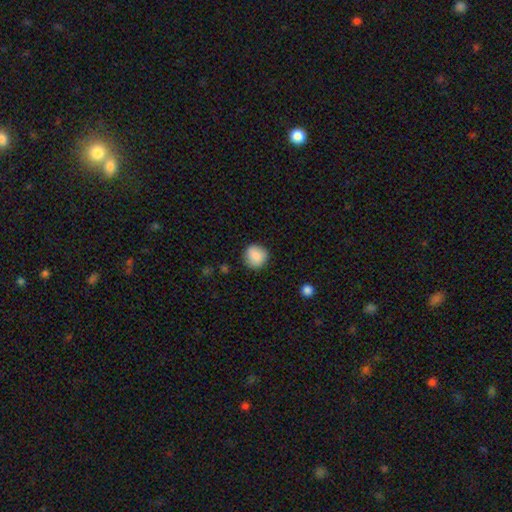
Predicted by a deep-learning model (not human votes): This is clearly a smooth galaxy (86%). How rounded: clearly round (93%). Merging: clearly none (88%).